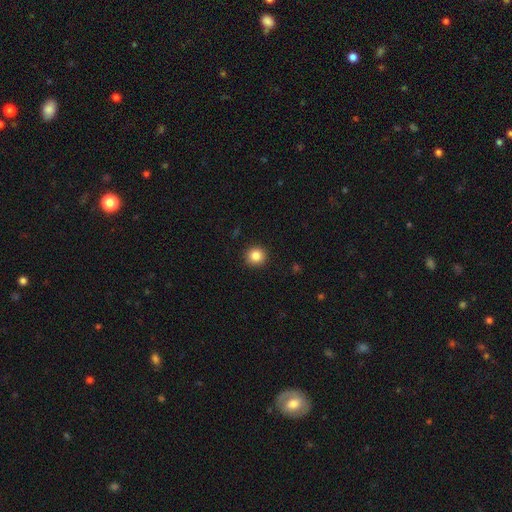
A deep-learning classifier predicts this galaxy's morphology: Q: Smooth or featured?
A: smooth (85%); runner-up: star or artifact (10%)
Q: How rounded?
A: round (94%); runner-up: in between (5%)
Q: Merging?
A: none (92%); runner-up: minor disturbance (5%)